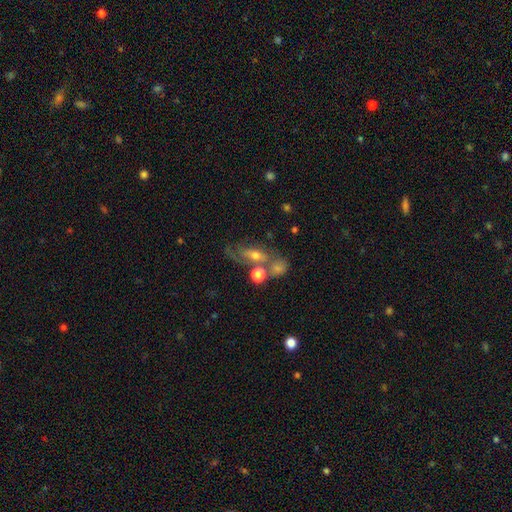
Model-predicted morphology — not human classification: This appears to be a featured or disk galaxy (52%). Merging: none (40%).